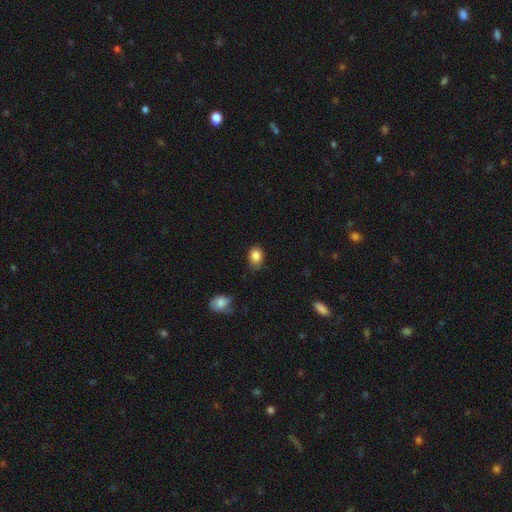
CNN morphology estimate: Q: Smooth or featured?
A: smooth (85%); runner-up: star or artifact (9%)
Q: How rounded?
A: in between (68%); runner-up: round (30%)
Q: Merging?
A: none (68%); runner-up: minor disturbance (26%)